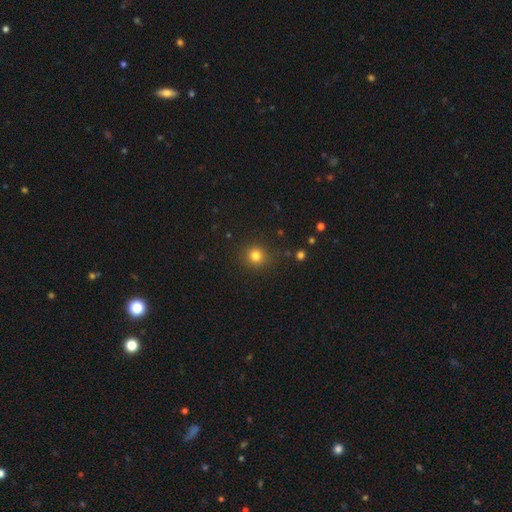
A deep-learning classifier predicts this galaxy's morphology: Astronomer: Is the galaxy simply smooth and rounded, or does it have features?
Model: smooth — 80%.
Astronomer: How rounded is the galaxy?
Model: round — 92%.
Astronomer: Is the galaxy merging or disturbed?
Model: none — 88%.